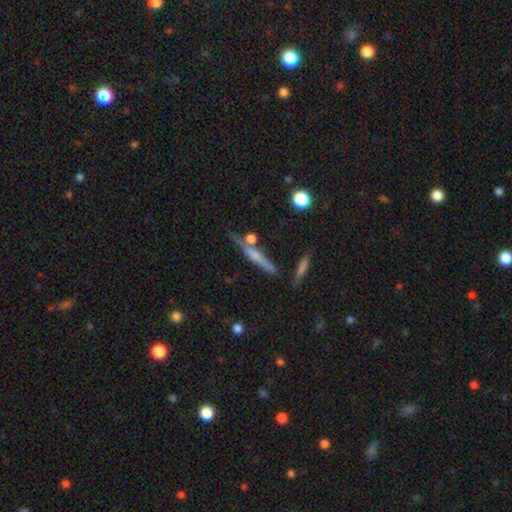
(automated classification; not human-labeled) Smooth or featured? featured or disk (55%)
Edge-on disk? yes (93%)
Edge-on bulge? rounded (52%)
Merging? none (67%)